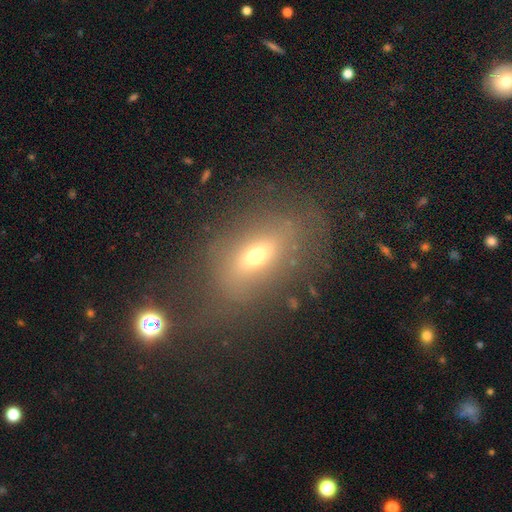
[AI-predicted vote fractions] Morphology: type=smooth (53%); roundness=in between (73%); merging=none (61%).